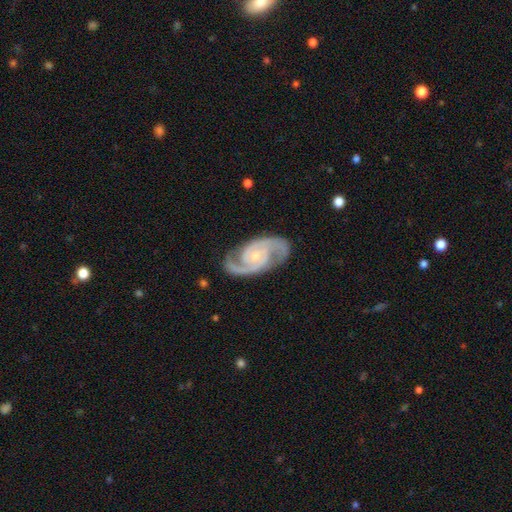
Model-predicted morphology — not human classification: The model was most divided on "spiral winding": medium: 49%, tight: 43%, loose: 7%. More confident: spiral arms — yes (99%); edge-on disk — no (97%); smooth or featured — featured or disk (93%); spiral arm count — 2 (93%); merging — none (82%); bulge size — small (70%); bar — no (62%).